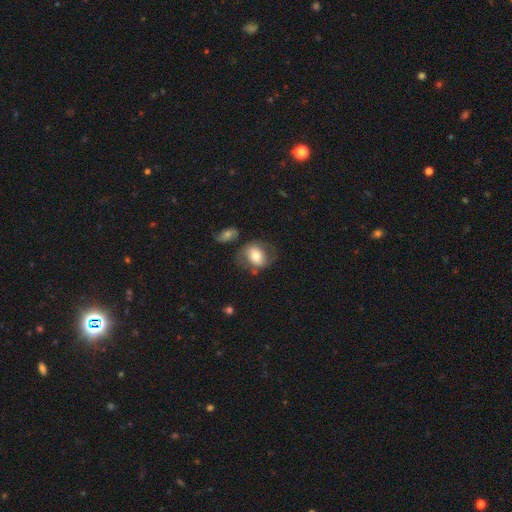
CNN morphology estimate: This appears to be a smooth galaxy with no disk features (55%) that is in between round and cigar-shaped (55%). Merging: none (58%).